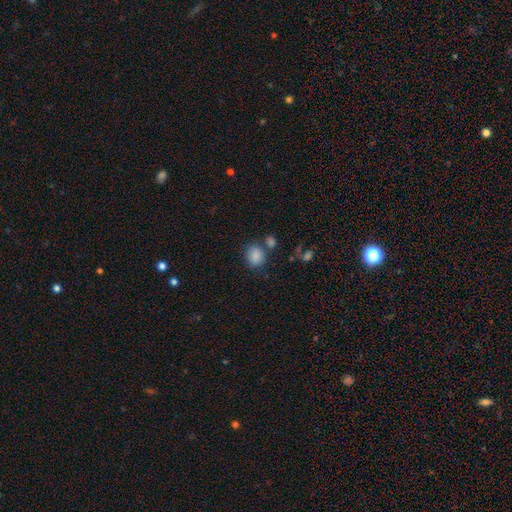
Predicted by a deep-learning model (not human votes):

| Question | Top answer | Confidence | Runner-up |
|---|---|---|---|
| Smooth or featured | smooth | 85% | star or artifact (10%) |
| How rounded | round | 55% | in between (44%) |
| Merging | none | 65% | merger (16%) |